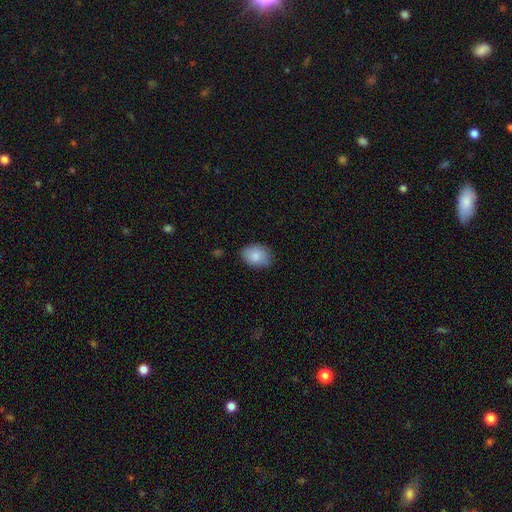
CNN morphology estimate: This appears to be a smooth galaxy with no disk features (85%) that is in between round and cigar-shaped (69%). Merging: none (77%).